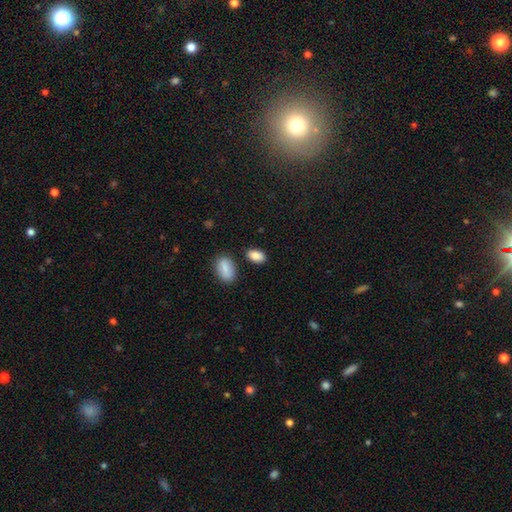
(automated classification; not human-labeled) The model was most divided on "merging": none: 81%, minor disturbance: 11%, merger: 5%, major disturbance: 3%. More confident: how rounded — in between (92%); smooth or featured — smooth (87%).